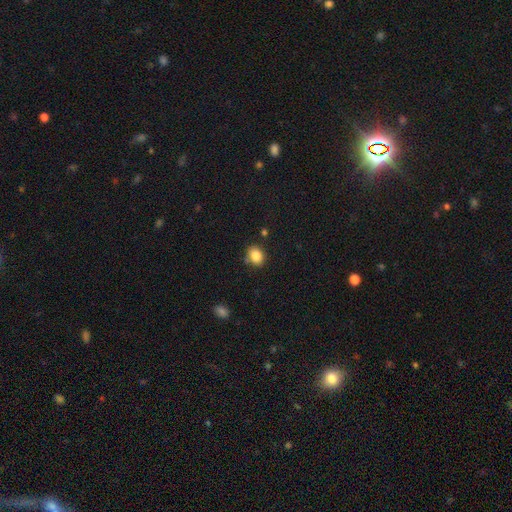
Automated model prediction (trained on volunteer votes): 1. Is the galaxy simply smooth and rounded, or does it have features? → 85% smooth, 10% star or artifact, 5% featured or disk.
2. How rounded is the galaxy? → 50% in between, 49% round, 1% cigar-shaped.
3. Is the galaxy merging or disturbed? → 76% none, 14% minor disturbance, 6% merger, 3% major disturbance.